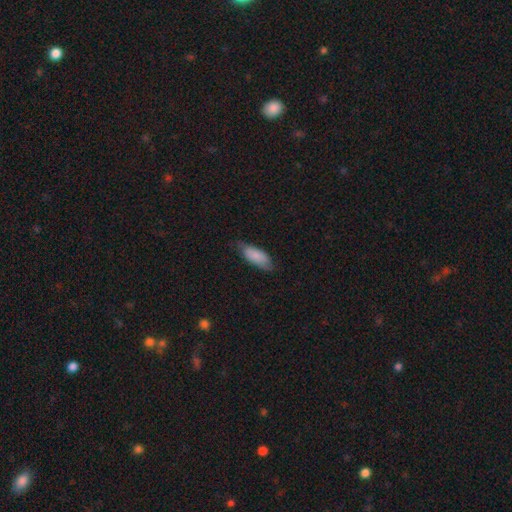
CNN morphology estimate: Smooth or featured?
  - smooth: 81% *
  - featured or disk: 14%
  - star or artifact: 6%
How rounded?
  - in between: 79% *
  - cigar-shaped: 20%
  - round: 2%
Merging?
  - none: 67% *
  - minor disturbance: 27%
  - major disturbance: 5%
  - merger: 1%